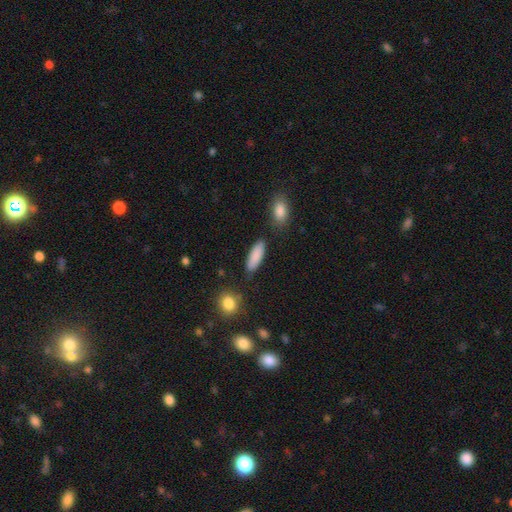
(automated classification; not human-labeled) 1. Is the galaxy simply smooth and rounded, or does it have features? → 87% smooth, 7% star or artifact, 6% featured or disk.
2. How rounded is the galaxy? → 56% in between, 42% cigar-shaped, 2% round.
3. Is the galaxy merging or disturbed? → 82% none, 11% minor disturbance, 4% merger, 3% major disturbance.